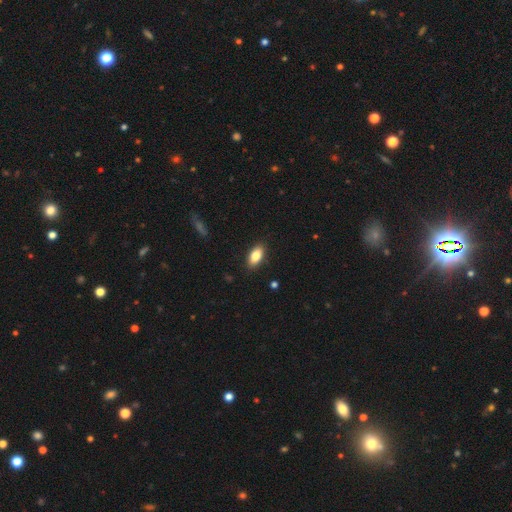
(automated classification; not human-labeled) smooth-or-featured: smooth: 83% | featured or disk: 10% | star or artifact: 7%
  how-rounded: in between: 90% | cigar-shaped: 6% | round: 4%
  merging: none: 88% | minor disturbance: 9% | major disturbance: 2% | merger: 1%